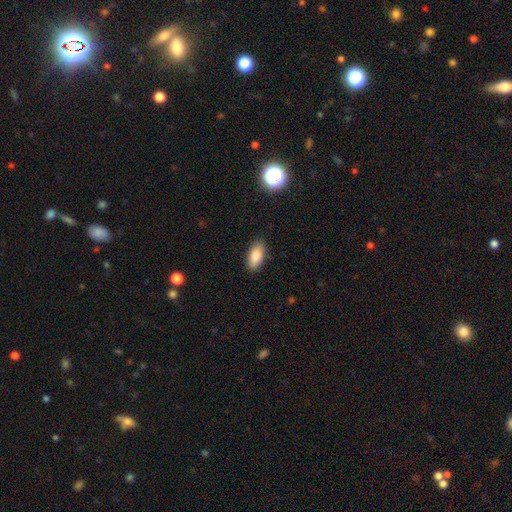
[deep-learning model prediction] Morphology: type=smooth (85%); roundness=in between (89%); merging=none (86%).